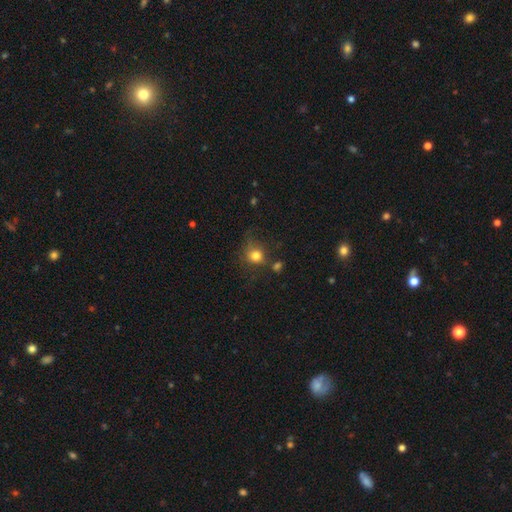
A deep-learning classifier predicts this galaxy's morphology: smooth_or_featured: smooth (p=0.77) [alt: star or artifact p=0.13]
how_rounded: round (p=0.81) [alt: in between p=0.18]
merging: none (p=0.57) [alt: minor disturbance p=0.22]